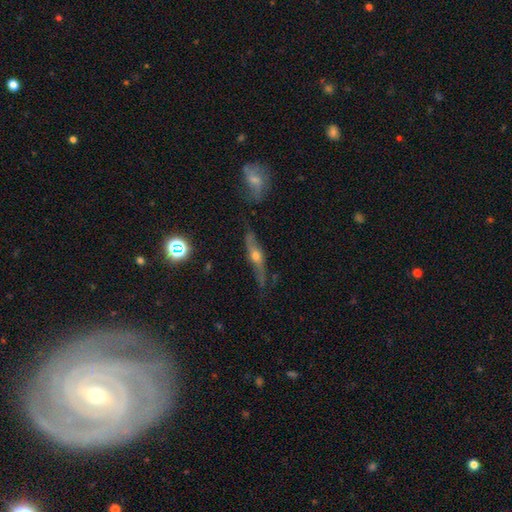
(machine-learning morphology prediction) The model was most divided on "merging": none: 72%, minor disturbance: 17%, major disturbance: 8%, merger: 4%. More confident: edge-on bulge — rounded (92%); edge-on disk — yes (80%); smooth or featured — featured or disk (72%).